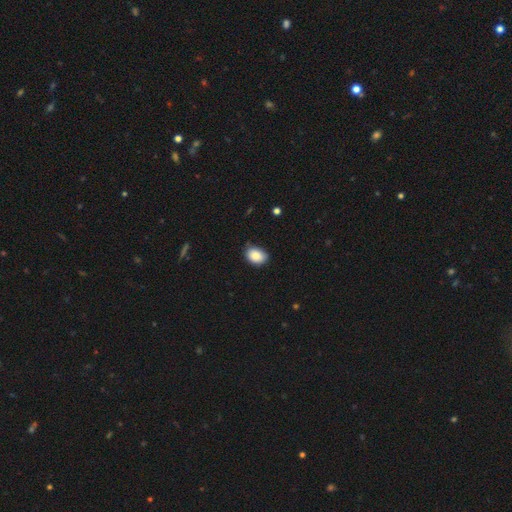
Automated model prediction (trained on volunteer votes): Q: Smooth or featured?
A: smooth (86%); runner-up: star or artifact (8%)
Q: How rounded?
A: in between (78%); runner-up: round (21%)
Q: Merging?
A: none (71%); runner-up: minor disturbance (25%)